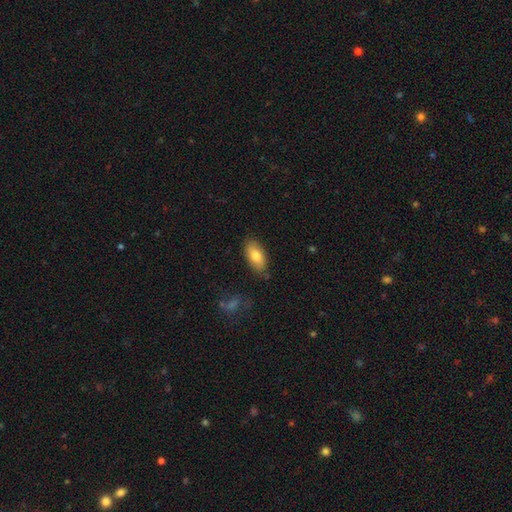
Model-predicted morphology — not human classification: A smooth galaxy with no disk features (79%) that is in between round and cigar-shaped (91%). Merging: none (81%).